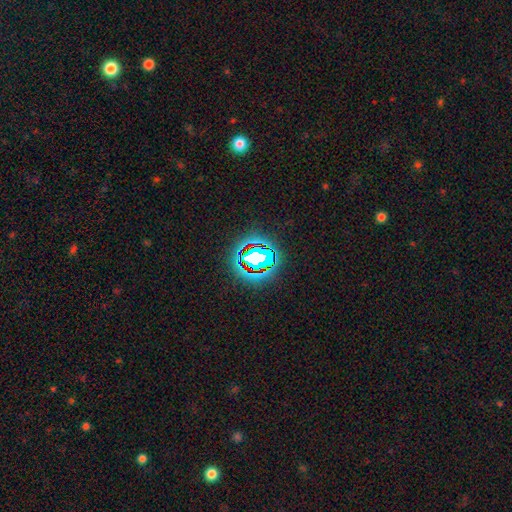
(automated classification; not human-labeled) The model was most divided on "smooth or featured": star or artifact: 65%, smooth: 21%, featured or disk: 14%.